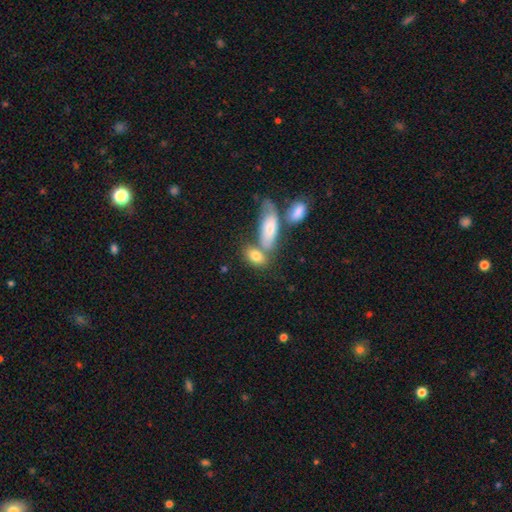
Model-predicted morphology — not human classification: Q: Smooth or featured?
A: smooth (78%); runner-up: featured or disk (15%)
Q: How rounded?
A: in between (82%); runner-up: cigar-shaped (9%)
Q: Merging?
A: none (45%); runner-up: merger (37%)